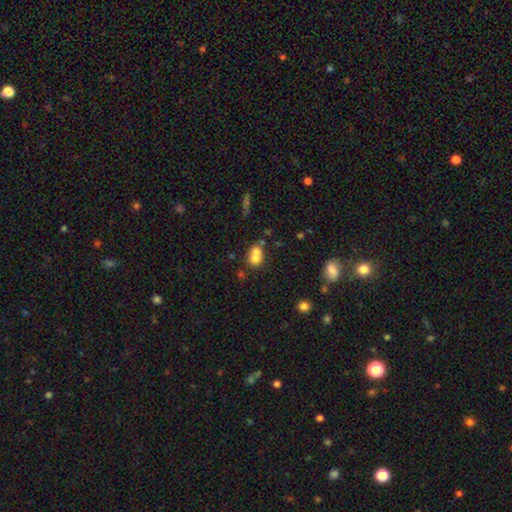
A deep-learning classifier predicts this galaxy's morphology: This appears to be a smooth galaxy with no disk features (67%) that is round (53%). Merging: merger (61%).